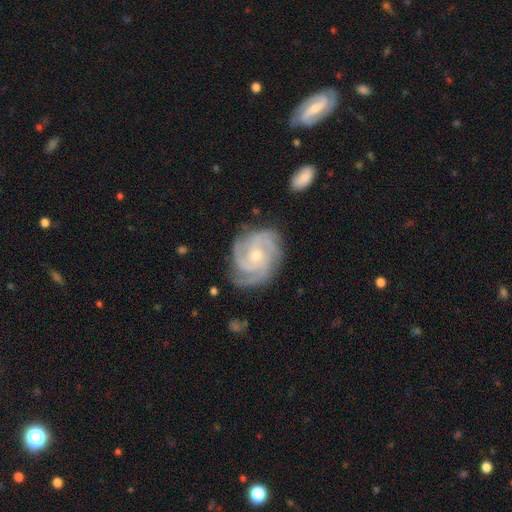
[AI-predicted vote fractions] smooth_or_featured: featured or disk (p=0.91) [alt: star or artifact p=0.05]
disk_edge_on: no (p=0.98) [alt: yes p=0.02]
bar: no (p=0.68) [alt: weak p=0.26]
has_spiral_arms: yes (p=0.98) [alt: no p=0.02]
spiral_winding: tight (p=0.66) [alt: medium p=0.31]
spiral_arm_count: 3 (p=0.45) [alt: 4 p=0.27]
bulge_size: small (p=0.60) [alt: moderate p=0.37]
merging: none (p=0.77) [alt: minor disturbance p=0.17]